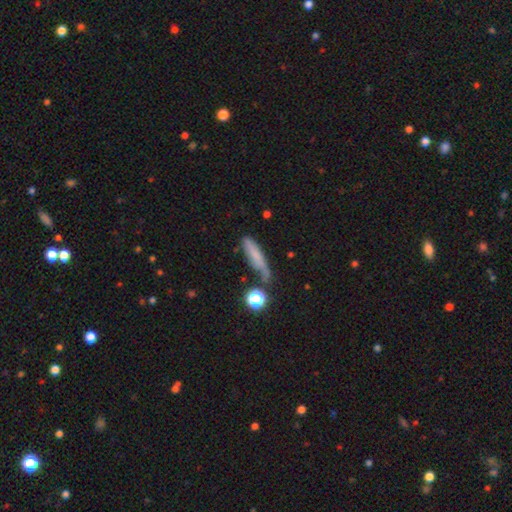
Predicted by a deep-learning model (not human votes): A smooth galaxy with no disk features (66%) that is cigar-shaped (72%).

Vote fractions:
- Smooth or featured? smooth: 66% / featured or disk: 23% / star or artifact: 11%
- How rounded? cigar-shaped: 72% / in between: 23% / round: 5%
- Merging? none: 51% / minor disturbance: 27% / major disturbance: 13% / merger: 10%